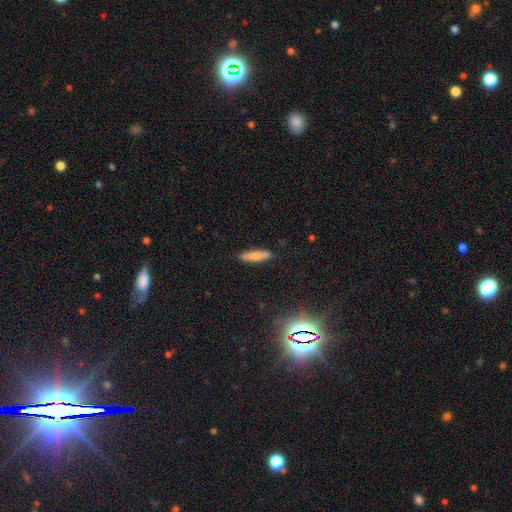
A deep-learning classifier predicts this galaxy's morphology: A smooth galaxy with no disk features (77%) that is cigar-shaped (76%). Merging: none (86%).